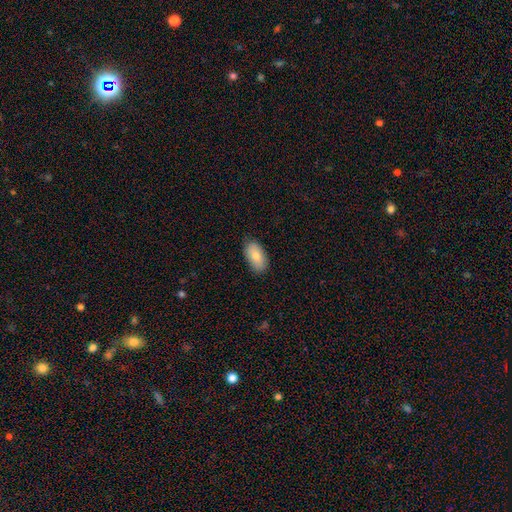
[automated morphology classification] smooth 80%, featured or disk 13%, star or artifact 7%. Down the decision tree: how rounded — in between (94%); merging — none (84%).